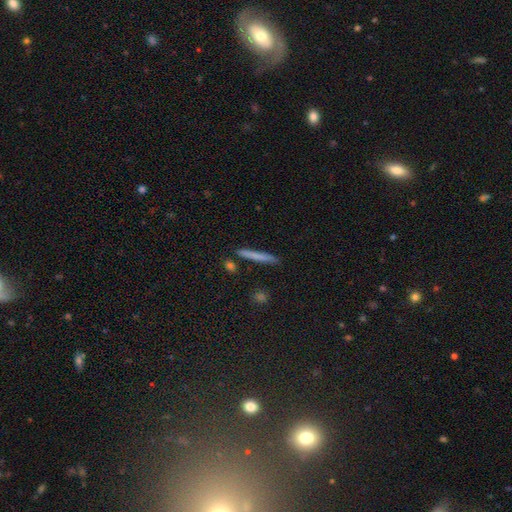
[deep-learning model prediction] Q: Smooth or featured?
A: smooth (70%); runner-up: featured or disk (23%)
Q: How rounded?
A: cigar-shaped (96%); runner-up: in between (3%)
Q: Merging?
A: none (88%); runner-up: minor disturbance (8%)